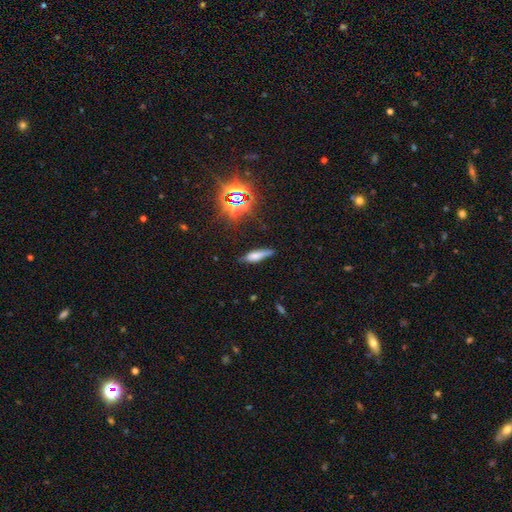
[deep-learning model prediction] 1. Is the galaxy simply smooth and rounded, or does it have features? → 62% smooth, 21% featured or disk, 17% star or artifact.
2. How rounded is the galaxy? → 62% cigar-shaped, 35% in between, 3% round.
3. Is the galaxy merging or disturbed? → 66% none, 25% minor disturbance, 6% major disturbance, 3% merger.